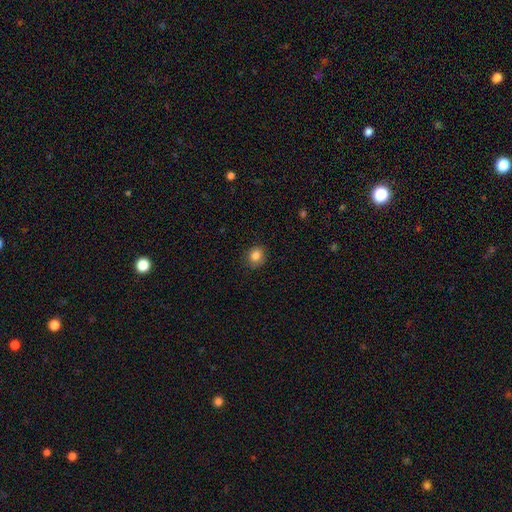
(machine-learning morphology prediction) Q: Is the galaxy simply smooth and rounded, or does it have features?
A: smooth — 84%.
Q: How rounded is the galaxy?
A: round — 75%.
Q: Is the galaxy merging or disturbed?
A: none — 87%.